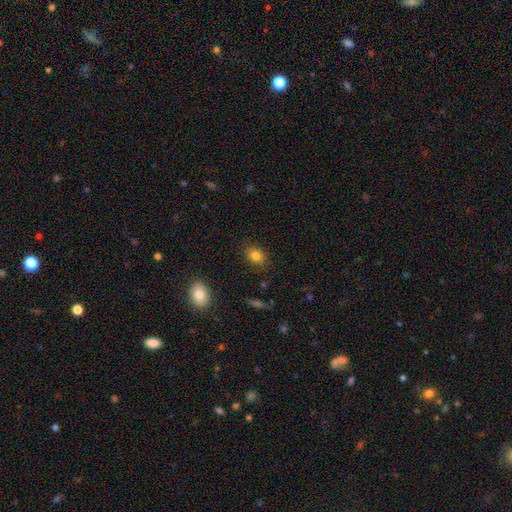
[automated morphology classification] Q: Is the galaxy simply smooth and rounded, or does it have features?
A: smooth — 82%.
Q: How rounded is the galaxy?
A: in between — 53%.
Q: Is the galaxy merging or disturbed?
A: none — 85%.